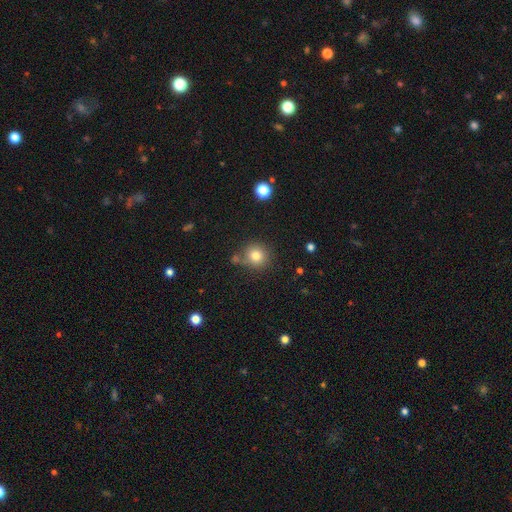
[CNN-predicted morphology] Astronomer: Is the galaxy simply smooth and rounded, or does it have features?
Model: smooth — 80%.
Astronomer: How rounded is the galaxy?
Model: round — 90%.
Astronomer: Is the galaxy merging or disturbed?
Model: none — 73%.